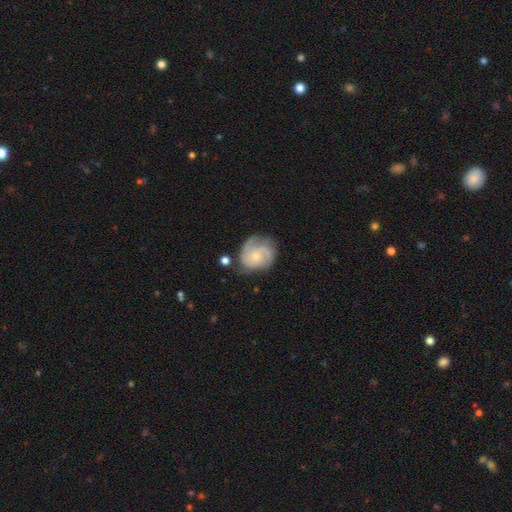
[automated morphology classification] Smooth or featured: featured or disk — 79% (smooth — 15%)
Edge-on disk: no — 98% (yes — 2%)
Bar: no — 74% (weak — 23%)
Spiral arms: yes — 95% (no — 5%)
Spiral winding: tight — 48% (medium — 41%)
Spiral arm count: 3 — 41% (2 — 29%)
Bulge size: small — 67% (moderate — 26%)
Merging: none — 65% (minor disturbance — 22%)